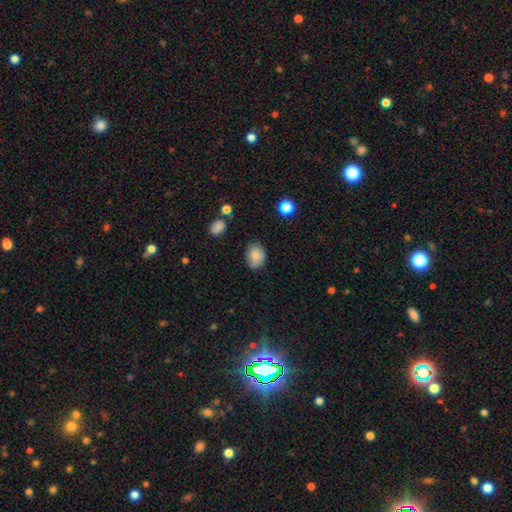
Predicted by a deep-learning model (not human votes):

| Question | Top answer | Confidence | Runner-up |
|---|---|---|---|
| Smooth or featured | smooth | 84% | star or artifact (9%) |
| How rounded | in between | 63% | round (36%) |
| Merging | none | 71% | minor disturbance (22%) |